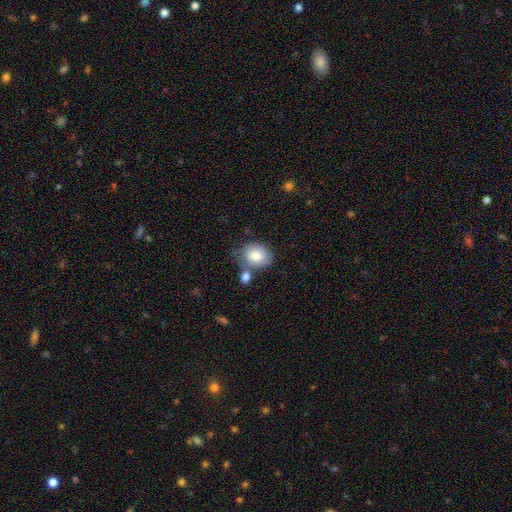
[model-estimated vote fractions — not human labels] Smooth or featured? Predicted: smooth (p=0.75). How rounded? Predicted: in between (p=0.51). Merging? Predicted: none (p=0.45).